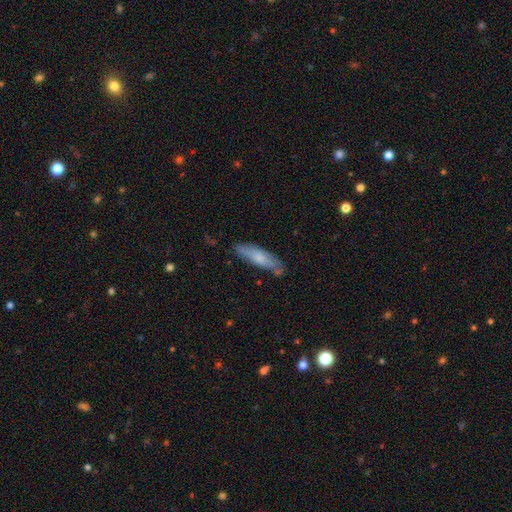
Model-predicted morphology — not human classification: smooth_or_featured: smooth (p=0.57) [alt: featured or disk p=0.35]
how_rounded: cigar-shaped (p=0.73) [alt: in between p=0.25]
merging: none (p=0.77) [alt: minor disturbance p=0.17]